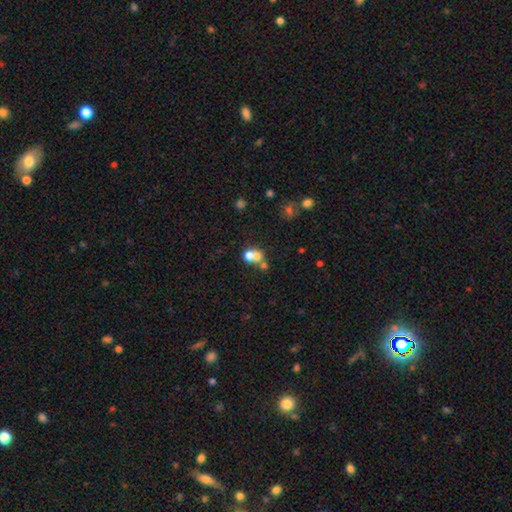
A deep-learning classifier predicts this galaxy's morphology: Smooth or featured?
  - smooth: 65% *
  - featured or disk: 21%
  - star or artifact: 14%
How rounded?
  - round: 73% *
  - in between: 26%
  - cigar-shaped: 1%
Merging?
  - merger: 63% *
  - none: 28%
  - minor disturbance: 6%
  - major disturbance: 4%